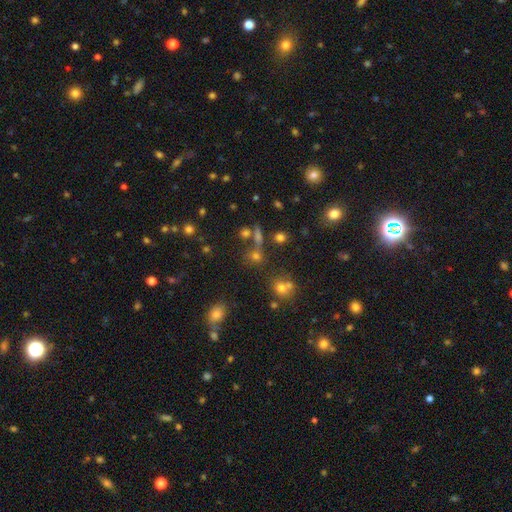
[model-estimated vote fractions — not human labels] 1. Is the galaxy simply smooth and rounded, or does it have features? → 58% smooth, 31% star or artifact, 12% featured or disk.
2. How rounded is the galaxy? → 79% round, 17% in between, 3% cigar-shaped.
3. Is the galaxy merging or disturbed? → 64% none, 21% merger, 10% minor disturbance, 5% major disturbance.